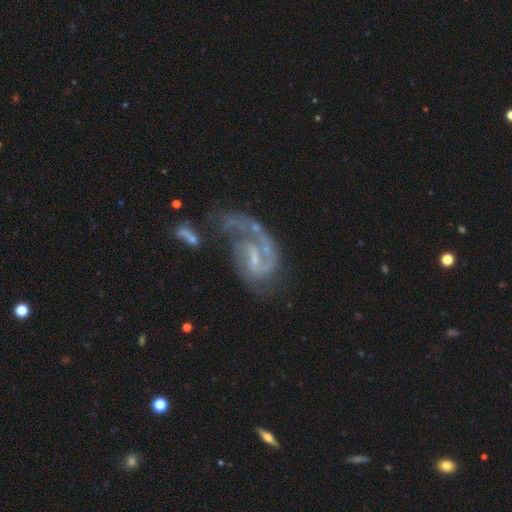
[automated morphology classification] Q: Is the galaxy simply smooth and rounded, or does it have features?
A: featured or disk — 85%.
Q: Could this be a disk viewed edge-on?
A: no — 98%.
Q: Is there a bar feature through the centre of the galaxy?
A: weak — 51%.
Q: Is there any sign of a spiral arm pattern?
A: yes — 92%.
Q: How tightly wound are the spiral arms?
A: medium — 46%.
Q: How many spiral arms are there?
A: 1 — 44%.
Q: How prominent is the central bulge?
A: small — 56%.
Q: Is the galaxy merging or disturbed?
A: major disturbance — 35%.